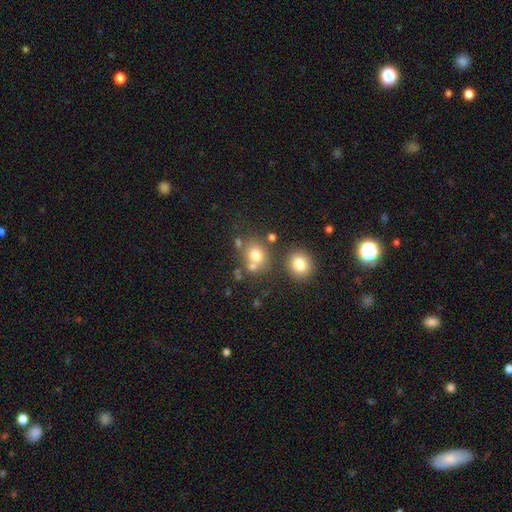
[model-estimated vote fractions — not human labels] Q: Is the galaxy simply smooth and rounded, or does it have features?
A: smooth — 73%.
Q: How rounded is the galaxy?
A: round — 74%.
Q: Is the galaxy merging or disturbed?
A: none — 60%.